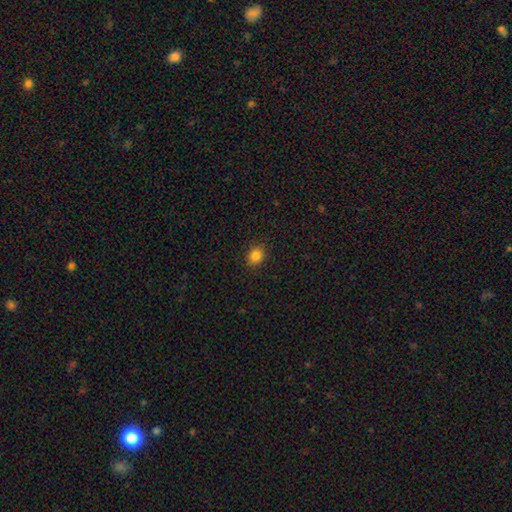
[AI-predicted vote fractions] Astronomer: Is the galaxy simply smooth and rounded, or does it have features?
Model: smooth — 84%.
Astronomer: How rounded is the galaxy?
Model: round — 69%.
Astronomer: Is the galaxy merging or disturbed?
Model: none — 90%.